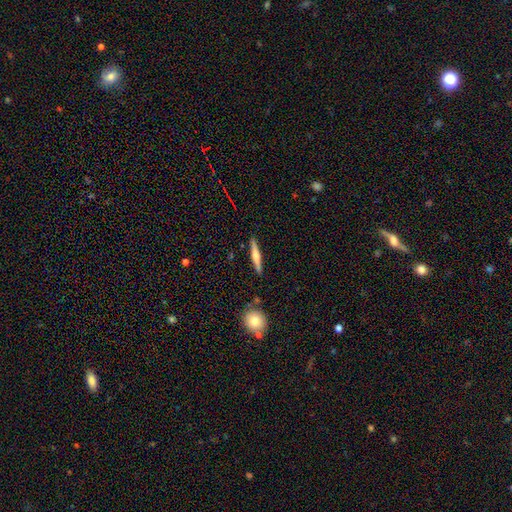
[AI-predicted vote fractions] The model was most divided on "smooth or featured": featured or disk: 51%, smooth: 43%, star or artifact: 6%. More confident: edge-on disk — yes (97%); merging — none (89%).